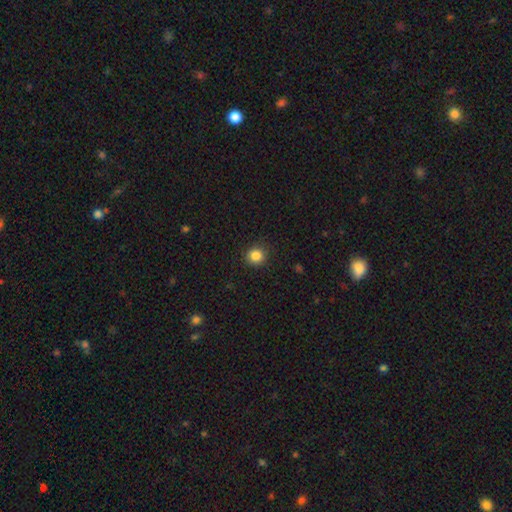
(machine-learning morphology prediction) Smooth or featured: smooth — 85% (star or artifact — 11%)
How rounded: round — 89% (in between — 10%)
Merging: none — 90% (minor disturbance — 7%)